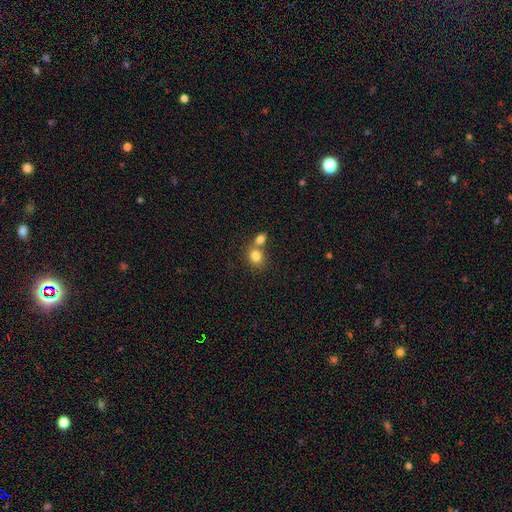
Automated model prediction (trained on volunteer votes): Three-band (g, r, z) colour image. It shows a smooth galaxy with no disk features (82%) that is round (58%). Merging: merger (47%).